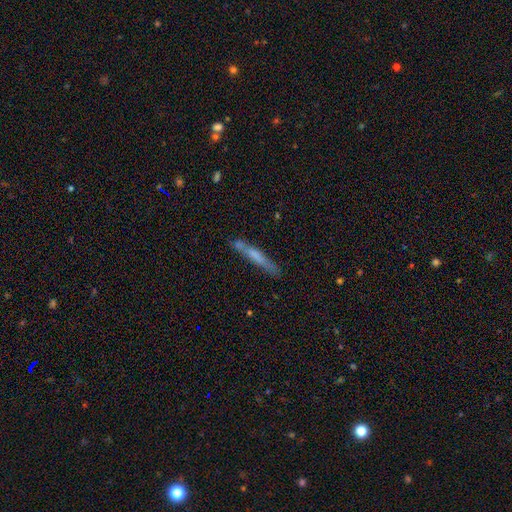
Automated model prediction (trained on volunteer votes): Smooth or featured? smooth (59%)
How rounded? cigar-shaped (93%)
Merging? none (67%)